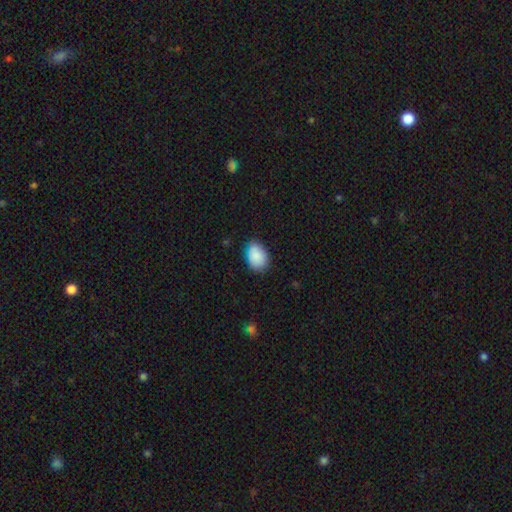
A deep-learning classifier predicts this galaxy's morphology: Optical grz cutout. It shows a smooth galaxy with no disk features (87%) that is in between round and cigar-shaped (79%). Merging: none (72%).